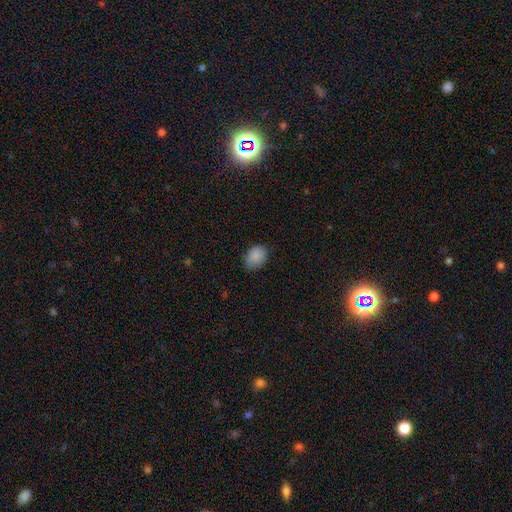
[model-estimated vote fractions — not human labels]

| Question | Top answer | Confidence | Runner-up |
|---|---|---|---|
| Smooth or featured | smooth | 88% | star or artifact (8%) |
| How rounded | in between | 67% | round (32%) |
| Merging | none | 75% | minor disturbance (20%) |